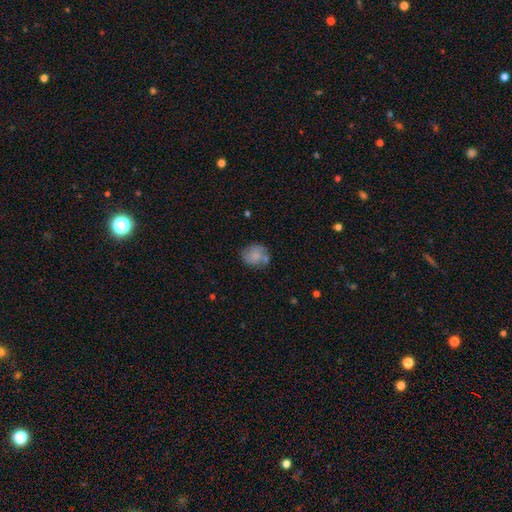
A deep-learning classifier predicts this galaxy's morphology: Smooth or featured? Predicted: smooth (p=0.75). How rounded? Predicted: round (p=0.68). Merging? Predicted: none (p=0.55).